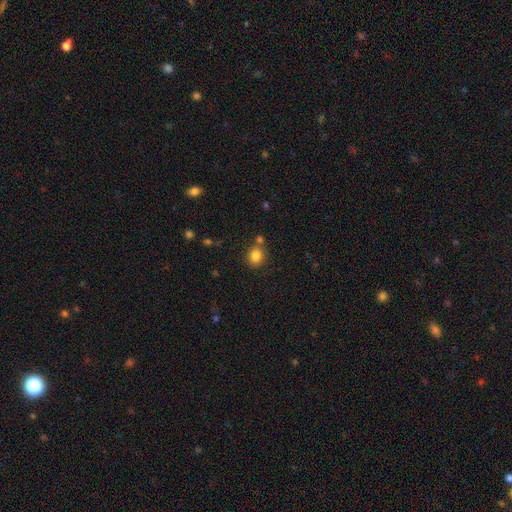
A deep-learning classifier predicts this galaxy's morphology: smooth_or_featured: smooth (p=0.84) [alt: star or artifact p=0.11]
how_rounded: round (p=0.72) [alt: in between p=0.27]
merging: none (p=0.72) [alt: merger p=0.14]